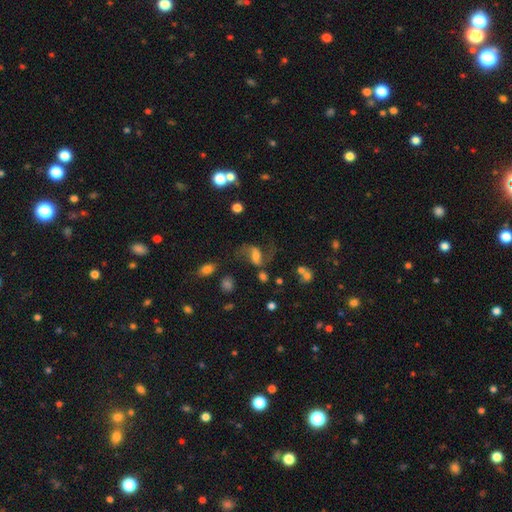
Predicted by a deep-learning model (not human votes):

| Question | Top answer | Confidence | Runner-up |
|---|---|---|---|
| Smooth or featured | featured or disk | 67% | smooth (20%) |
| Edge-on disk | no | 96% | yes (4%) |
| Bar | weak | 46% | strong (28%) |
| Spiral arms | yes | 89% | no (11%) |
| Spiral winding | loose | 71% | medium (25%) |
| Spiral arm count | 2 | 89% | 1 (4%) |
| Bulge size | moderate | 31% | small (24%) |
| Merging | none | 52% | major disturbance (23%) |